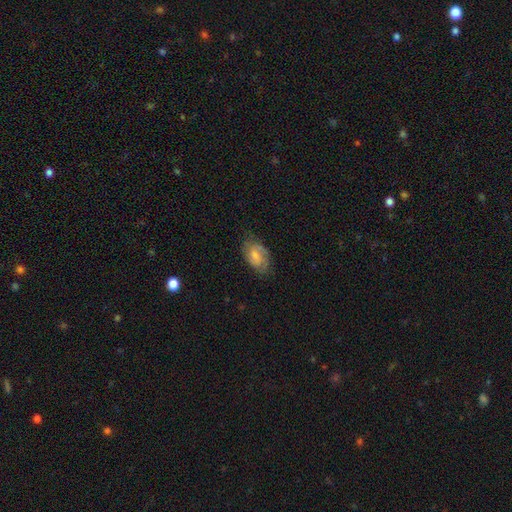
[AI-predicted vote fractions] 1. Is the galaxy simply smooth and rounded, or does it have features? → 47% smooth, 46% featured or disk, 8% star or artifact.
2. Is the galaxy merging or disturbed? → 64% none, 25% minor disturbance, 10% major disturbance, 1% merger.